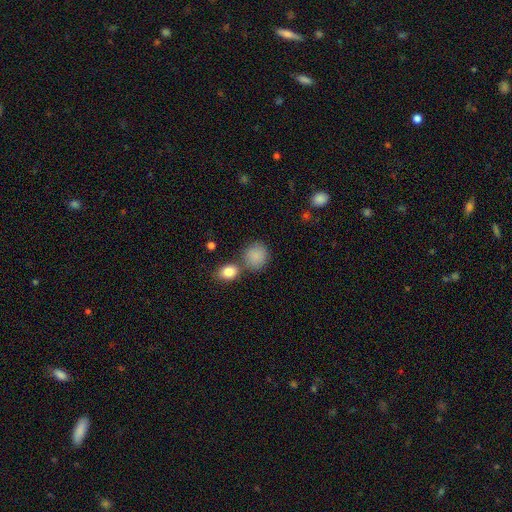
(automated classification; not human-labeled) This appears to be a smooth galaxy with no disk features (85%) that is round (76%). Merging: none (63%).